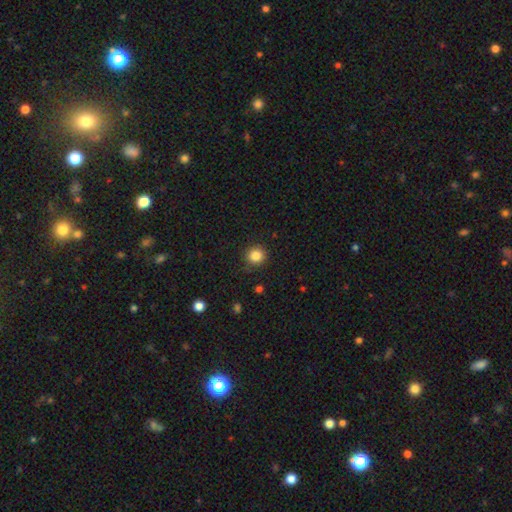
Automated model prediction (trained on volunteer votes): Smooth or featured?
  - smooth: 85% *
  - star or artifact: 11%
  - featured or disk: 4%
How rounded?
  - round: 92% *
  - in between: 7%
  - cigar-shaped: 1%
Merging?
  - none: 88% *
  - minor disturbance: 8%
  - major disturbance: 2%
  - merger: 1%